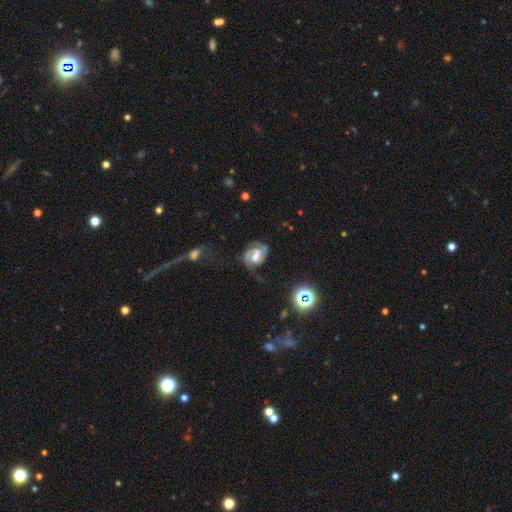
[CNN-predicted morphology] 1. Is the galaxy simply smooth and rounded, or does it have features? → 73% featured or disk, 16% smooth, 11% star or artifact.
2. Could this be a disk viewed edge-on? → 97% no, 3% yes.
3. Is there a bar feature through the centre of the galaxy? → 46% weak, 27% no, 26% strong.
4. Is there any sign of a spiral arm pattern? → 88% yes, 12% no.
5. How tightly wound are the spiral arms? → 46% medium, 29% tight, 24% loose.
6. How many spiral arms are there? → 70% 2, 11% can't tell, 10% 1, 5% 3, 2% 4, 2% more than 4.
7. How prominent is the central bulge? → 44% moderate, 22% small, 19% large, 12% none, 3% dominant.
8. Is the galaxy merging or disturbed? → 46% none, 26% major disturbance, 21% minor disturbance, 7% merger.